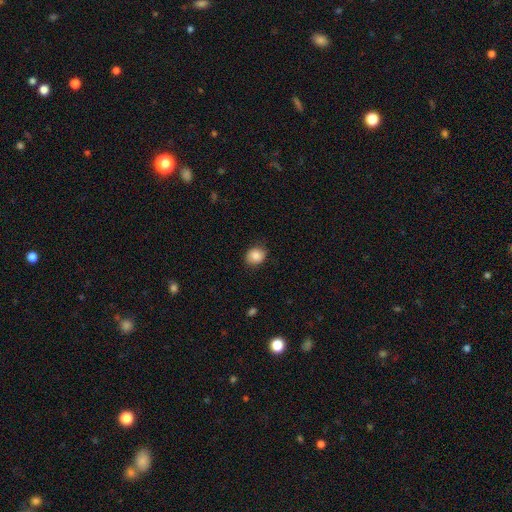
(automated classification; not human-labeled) A smooth galaxy with no disk features (85%) that is round (62%).

Vote fractions:
- Smooth or featured? smooth: 85% / star or artifact: 8% / featured or disk: 6%
- How rounded? round: 62% / in between: 37% / cigar-shaped: 1%
- Merging? none: 81% / minor disturbance: 15% / major disturbance: 3% / merger: 1%